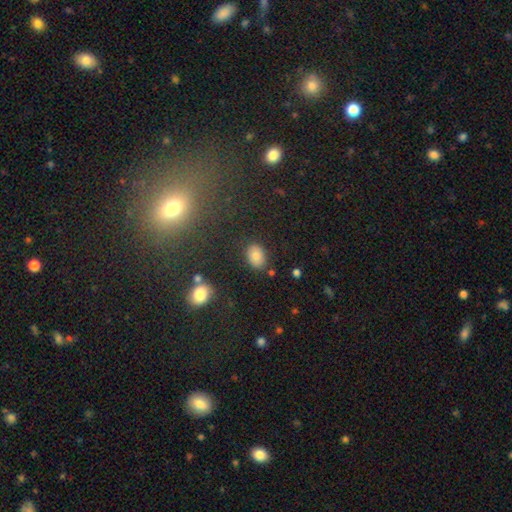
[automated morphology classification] Smooth or featured?
  - smooth: 78% *
  - star or artifact: 13%
  - featured or disk: 9%
How rounded?
  - in between: 75% *
  - round: 24%
  - cigar-shaped: 1%
Merging?
  - none: 84% *
  - minor disturbance: 10%
  - major disturbance: 3%
  - merger: 3%